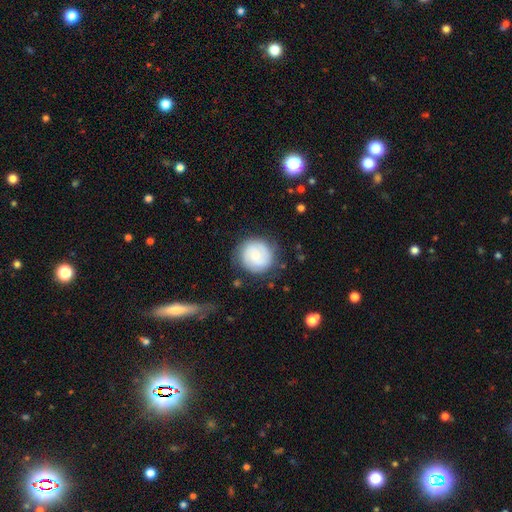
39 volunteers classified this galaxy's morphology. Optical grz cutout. It shows a featured or disk galaxy (62%) with no bar (75%), 2 (63%) tight (47%) spiral arms (79%) and a moderate central bulge (58%). Merging: none (71%).